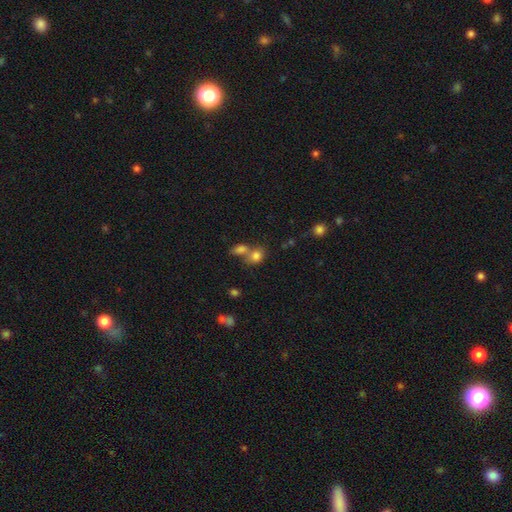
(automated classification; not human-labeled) smooth-or-featured: smooth: 79% | star or artifact: 12% | featured or disk: 9%
  how-rounded: round: 57% | in between: 42% | cigar-shaped: 1%
  merging: merger: 47% | none: 39% | minor disturbance: 9% | major disturbance: 4%